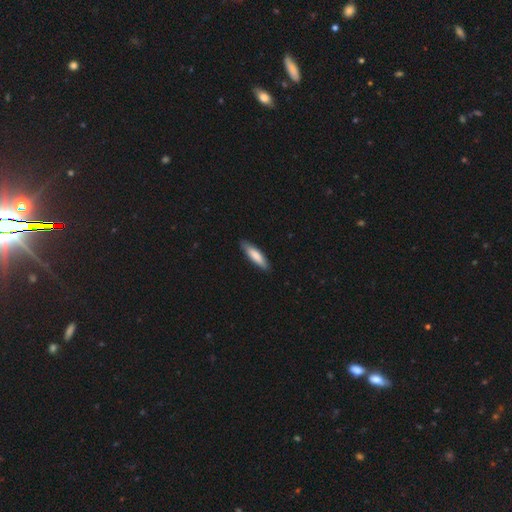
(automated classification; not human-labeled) This appears to be a smooth galaxy with no disk features (82%) that is cigar-shaped (70%). Merging: none (86%).